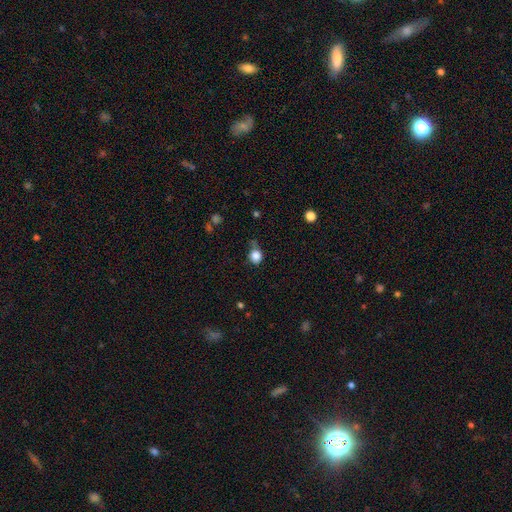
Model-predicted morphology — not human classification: Overall: smooth (83%). How rounded: round (79%). Merging: none (54%; minor disturbance 29%).